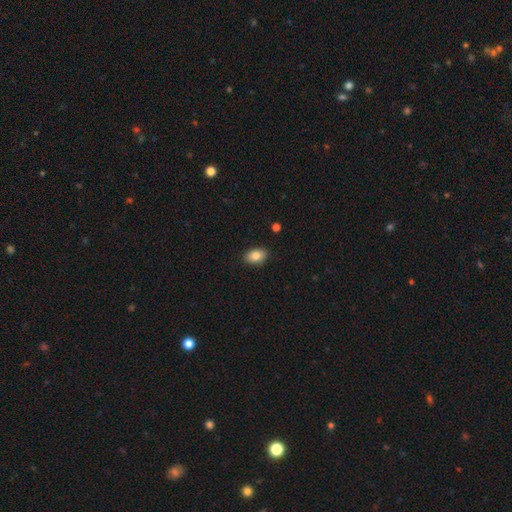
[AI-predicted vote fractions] This is clearly a smooth galaxy (85%). How rounded: clearly in between (86%). Merging: clearly none (88%).